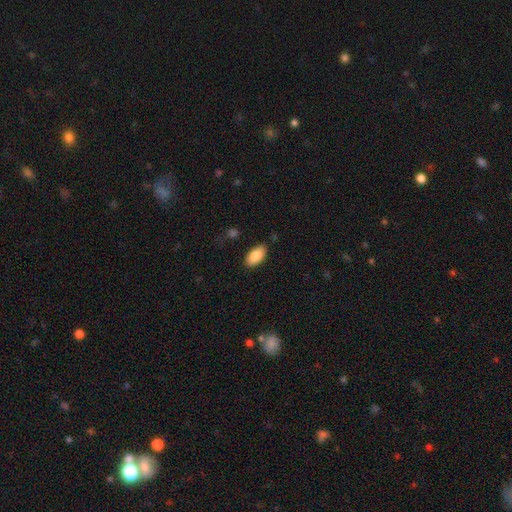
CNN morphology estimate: Smooth or featured?
  - smooth: 87% *
  - featured or disk: 6%
  - star or artifact: 6%
How rounded?
  - in between: 94% *
  - cigar-shaped: 3%
  - round: 2%
Merging?
  - none: 85% *
  - minor disturbance: 11%
  - major disturbance: 3%
  - merger: 2%